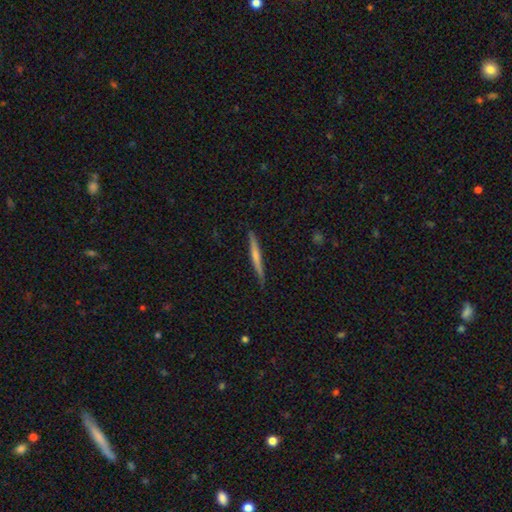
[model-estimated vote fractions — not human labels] A smooth galaxy with no disk features (48%). Merging: none (86%).